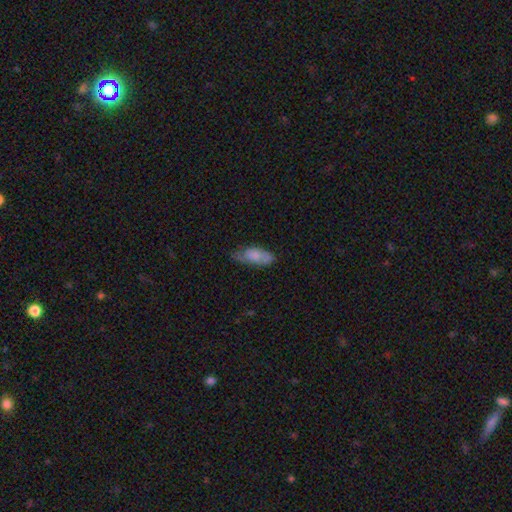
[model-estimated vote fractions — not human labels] Smooth or featured? smooth (71%)
How rounded? in between (81%)
Merging? none (50%)